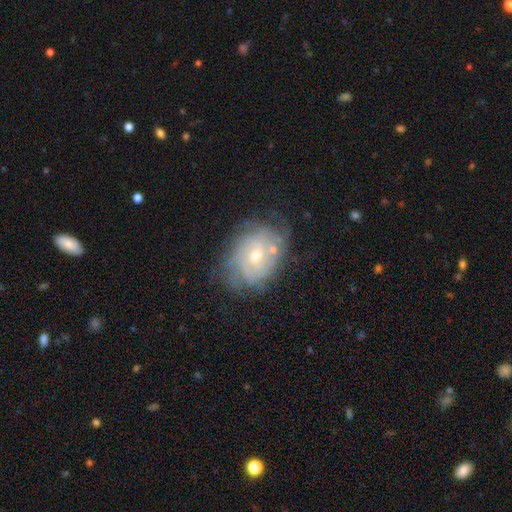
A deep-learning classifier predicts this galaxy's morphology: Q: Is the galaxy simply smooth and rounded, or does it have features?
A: featured or disk — 70%.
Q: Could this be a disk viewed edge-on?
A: no — 96%.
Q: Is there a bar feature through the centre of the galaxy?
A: no — 72%.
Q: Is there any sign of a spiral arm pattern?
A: yes — 77%.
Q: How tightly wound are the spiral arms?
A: tight — 63%.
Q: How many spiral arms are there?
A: can't tell — 59%.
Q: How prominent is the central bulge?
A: moderate — 48%, tied with small.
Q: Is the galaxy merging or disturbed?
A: none — 61%.